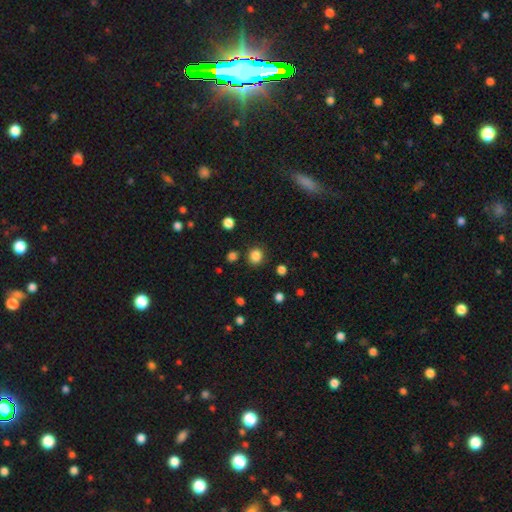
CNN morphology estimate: This appears to be a smooth galaxy with no disk features (84%) that is round (83%). Merging: none (85%).